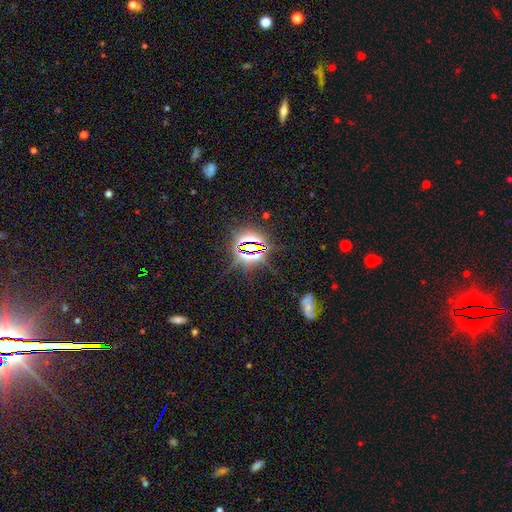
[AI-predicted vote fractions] Smooth or featured? Predicted: star or artifact (p=0.81).